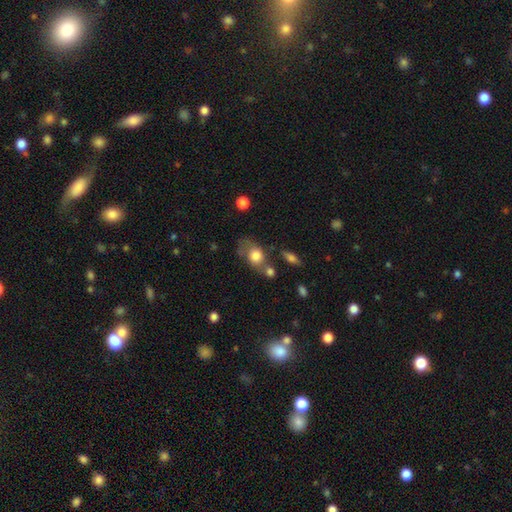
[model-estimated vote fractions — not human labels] Overall: smooth (75%). How rounded: in between (61%; round 37%). Merging: none (41%; minor disturbance 24%).